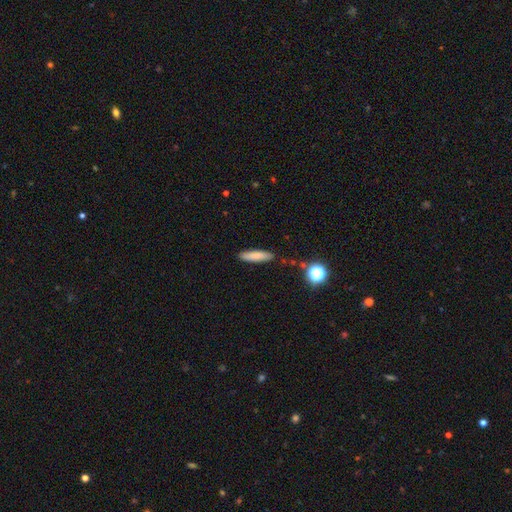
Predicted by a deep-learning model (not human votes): A smooth galaxy with no disk features (80%) that is cigar-shaped (77%).

Vote fractions:
- Smooth or featured? smooth: 80% / featured or disk: 12% / star or artifact: 8%
- How rounded? cigar-shaped: 77% / in between: 21% / round: 2%
- Merging? none: 86% / minor disturbance: 10% / major disturbance: 2% / merger: 2%